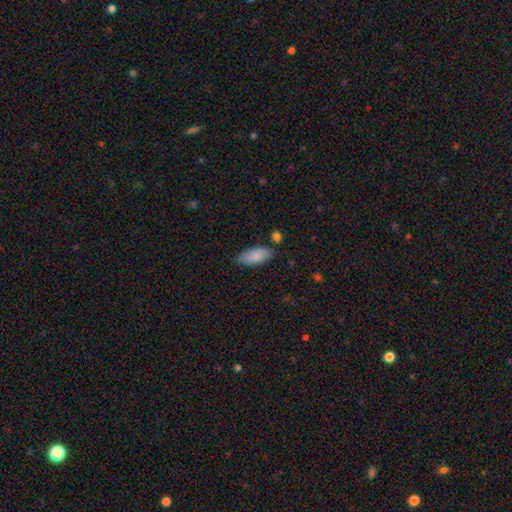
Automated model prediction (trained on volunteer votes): Smooth or featured: smooth — 87% (featured or disk — 7%)
How rounded: in between — 87% (cigar-shaped — 11%)
Merging: none — 80% (minor disturbance — 14%)